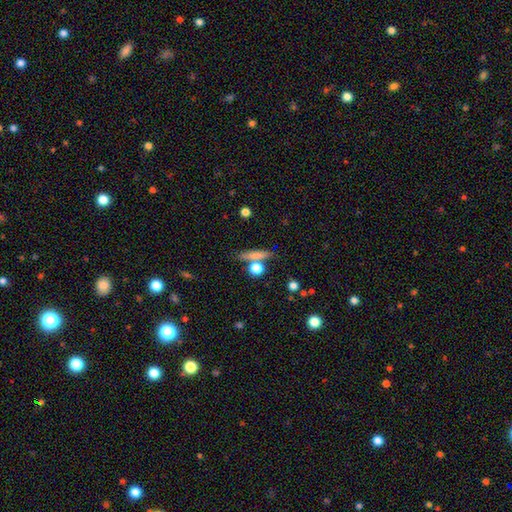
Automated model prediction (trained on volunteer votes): Smooth or featured: smooth — 68% (featured or disk — 23%)
How rounded: cigar-shaped — 69% (in between — 16%)
Merging: none — 71% (merger — 15%)